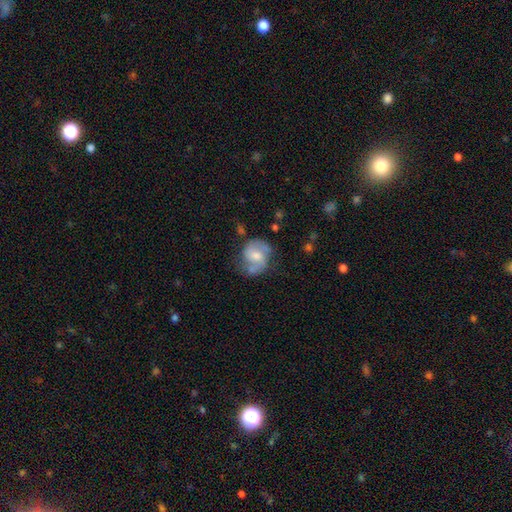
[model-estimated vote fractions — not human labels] Morphology: type=featured or disk (60%); edge-on=no (97%); bar=no (45%); spiral arms=yes (85%); winding=medium (50%); arm count=2 (84%); bulge=moderate (56%); merging=none (55%).